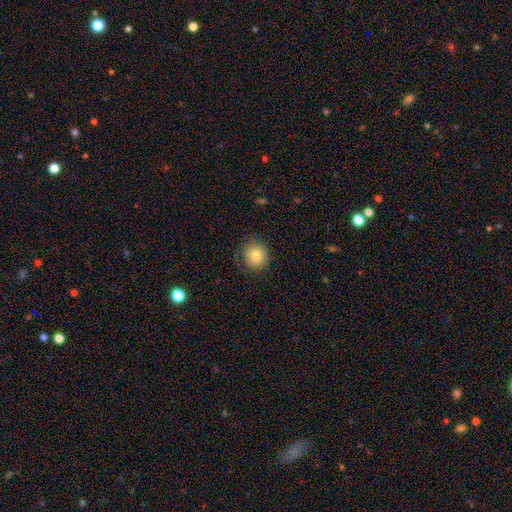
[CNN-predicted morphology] The model was most divided on "smooth or featured": smooth: 81%, star or artifact: 10%, featured or disk: 9%. More confident: how rounded — round (87%); merging — none (83%).